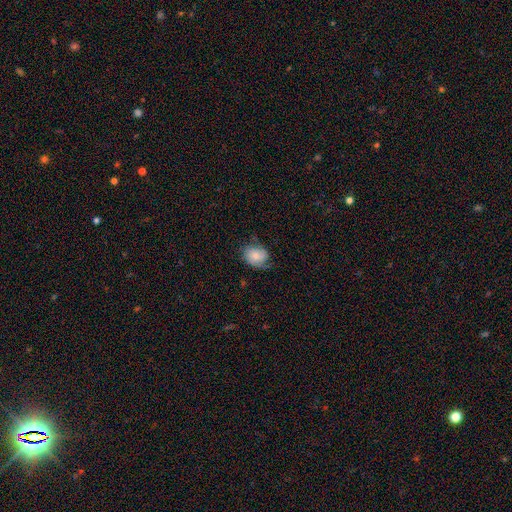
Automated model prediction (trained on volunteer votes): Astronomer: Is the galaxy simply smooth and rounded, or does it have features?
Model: smooth — 56% (runner-up: featured or disk, 36%).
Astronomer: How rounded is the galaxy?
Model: in between — 58% (runner-up: round, 41%).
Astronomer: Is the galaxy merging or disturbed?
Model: none — 52% (runner-up: minor disturbance, 31%).